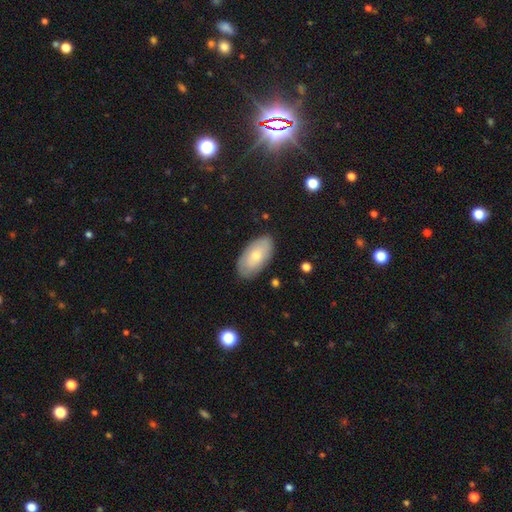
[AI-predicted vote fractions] smooth_or_featured: smooth (p=0.67) [alt: featured or disk p=0.28]
how_rounded: in between (p=0.94) [alt: round p=0.03]
merging: none (p=0.83) [alt: minor disturbance p=0.13]